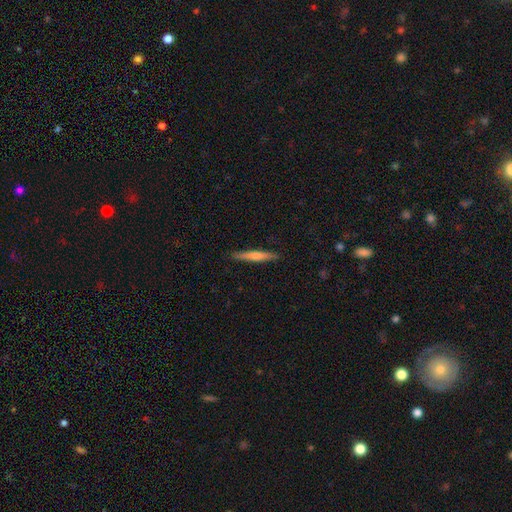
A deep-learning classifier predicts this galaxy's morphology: smooth-or-featured: smooth: 59% | featured or disk: 35% | star or artifact: 5%
  how-rounded: cigar-shaped: 95% | in between: 4% | round: 1%
  merging: none: 90% | minor disturbance: 7% | major disturbance: 2% | merger: 1%